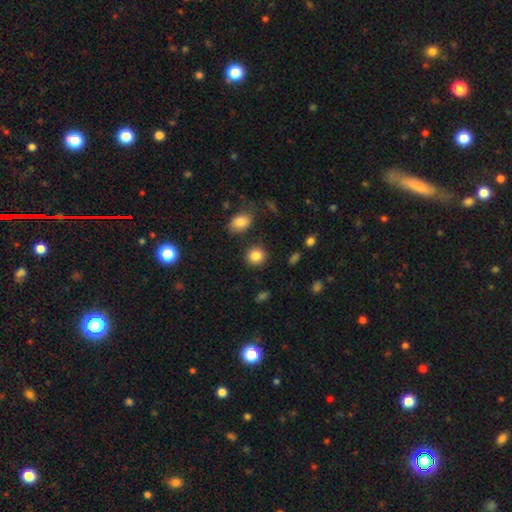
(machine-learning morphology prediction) Smooth or featured?
  - smooth: 85% *
  - star or artifact: 9%
  - featured or disk: 5%
How rounded?
  - round: 84% *
  - in between: 15%
  - cigar-shaped: 1%
Merging?
  - none: 88% *
  - minor disturbance: 7%
  - merger: 3%
  - major disturbance: 3%